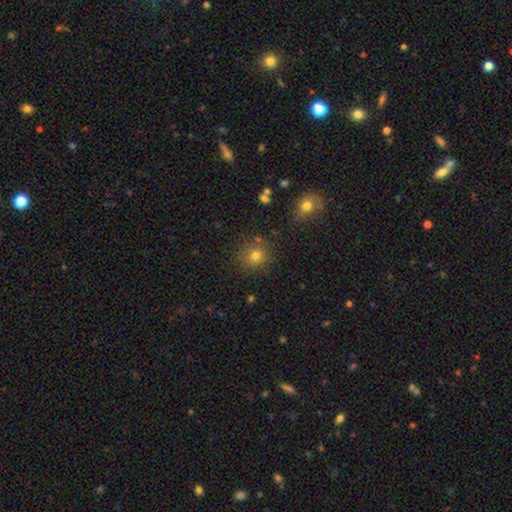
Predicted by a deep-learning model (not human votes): Morphology: type=smooth (77%); roundness=round (88%); merging=none (82%).